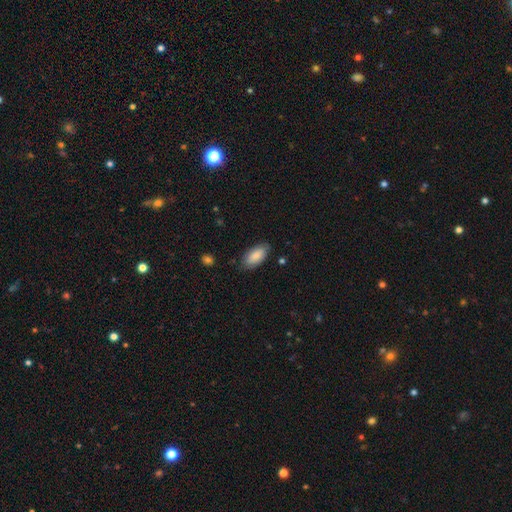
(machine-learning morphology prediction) smooth_or_featured: smooth (p=0.84) [alt: featured or disk p=0.10]
how_rounded: in between (p=0.93) [alt: cigar-shaped p=0.05]
merging: none (p=0.81) [alt: minor disturbance p=0.15]